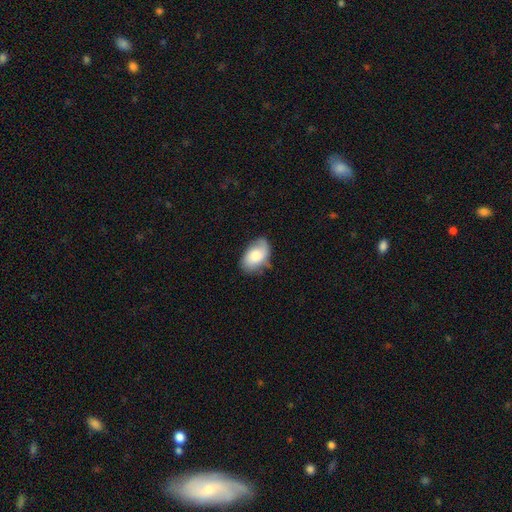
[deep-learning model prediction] smooth-or-featured: smooth: 71% | featured or disk: 22% | star or artifact: 7%
  how-rounded: in between: 92% | round: 7% | cigar-shaped: 1%
  merging: none: 62% | minor disturbance: 29% | major disturbance: 7% | merger: 2%